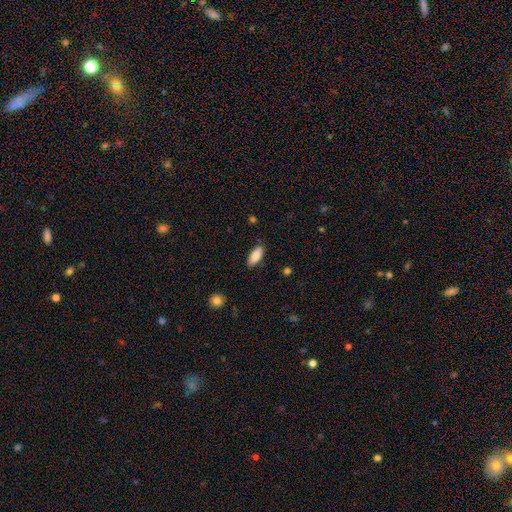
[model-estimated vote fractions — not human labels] This is clearly a smooth galaxy (86%). How rounded: clearly in between (85%). Merging: clearly none (86%).